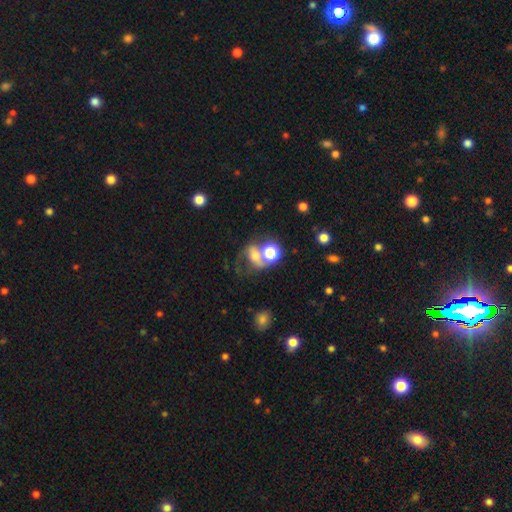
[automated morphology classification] Smooth or featured? Predicted: smooth (p=0.51). How rounded? Predicted: round (p=0.53). Merging? Predicted: merger (p=0.46).